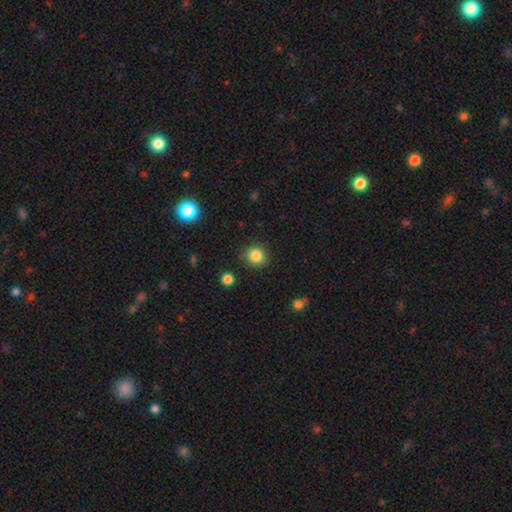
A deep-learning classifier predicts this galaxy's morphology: smooth 84%, star or artifact 11%, featured or disk 5%. Down the decision tree: how rounded — round (88%); merging — none (86%).